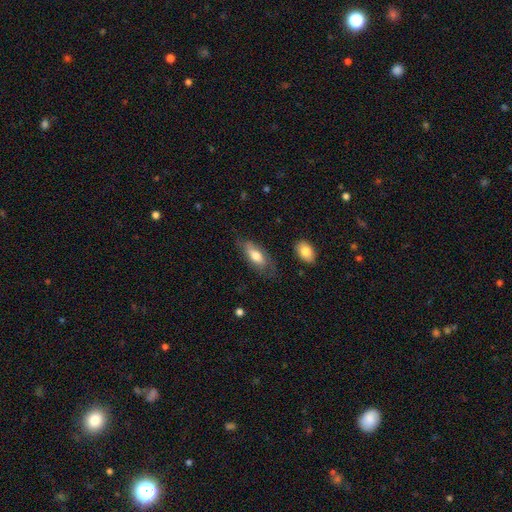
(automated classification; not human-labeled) Q: Smooth or featured?
A: smooth (69%); runner-up: featured or disk (24%)
Q: How rounded?
A: in between (77%); runner-up: cigar-shaped (21%)
Q: Merging?
A: none (64%); runner-up: minor disturbance (25%)